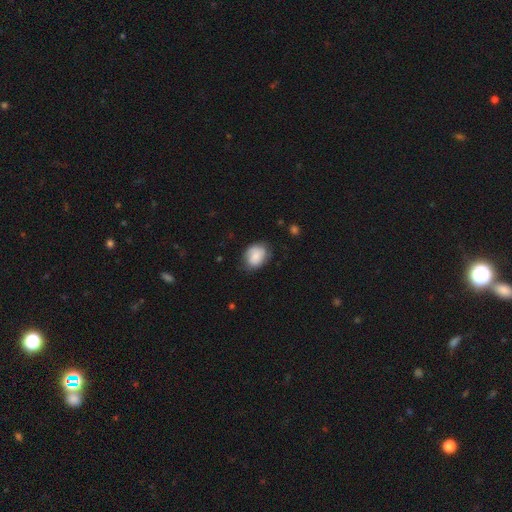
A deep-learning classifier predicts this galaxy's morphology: smooth 77%, featured or disk 16%, star or artifact 7%. Down the decision tree: how rounded — in between (61%); merging — none (68%).